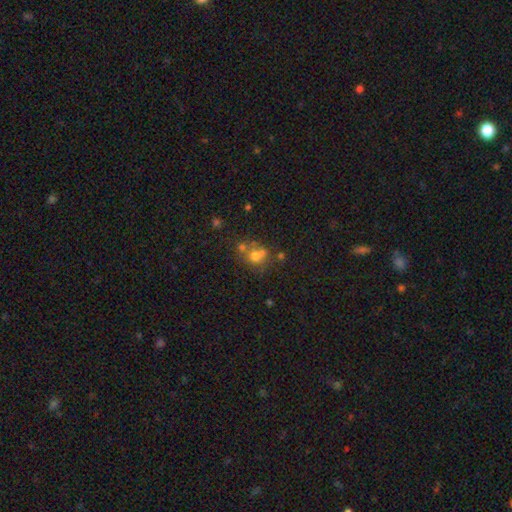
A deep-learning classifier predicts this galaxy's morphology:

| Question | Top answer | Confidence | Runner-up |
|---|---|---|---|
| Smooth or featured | smooth | 62% | star or artifact (20%) |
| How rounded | round | 73% | in between (26%) |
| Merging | none | 42% | merger (39%) |